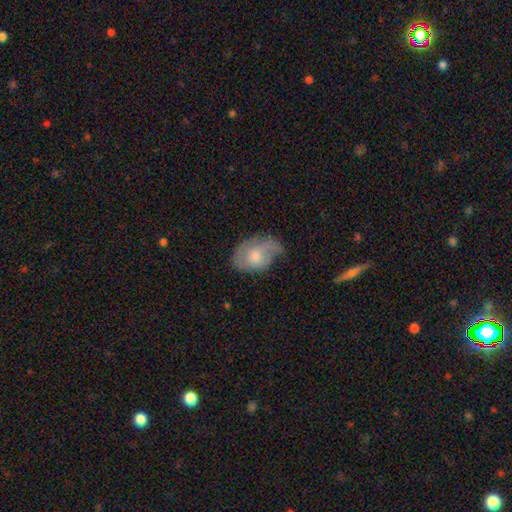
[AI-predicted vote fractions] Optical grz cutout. It shows a smooth galaxy with no disk features (51%) that is in between round and cigar-shaped (85%). Merging: none (42%).